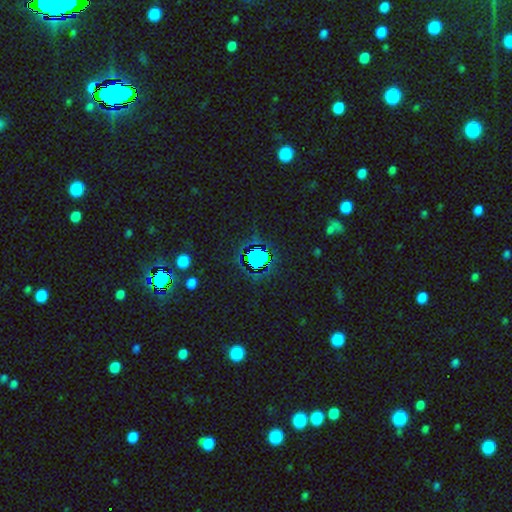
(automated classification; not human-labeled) star or artifact 68%, smooth 22%, featured or disk 10%.